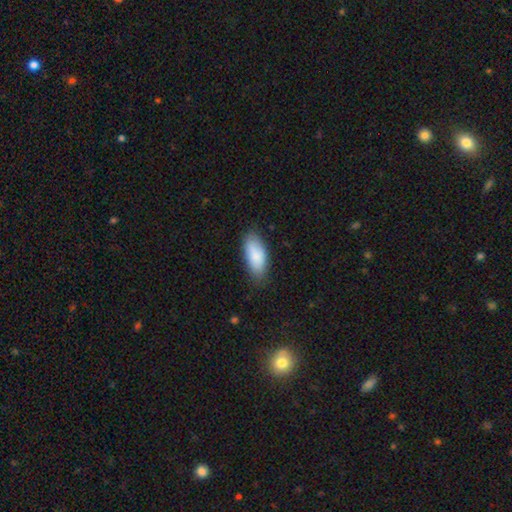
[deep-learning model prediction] A smooth galaxy with no disk features (87%) that is in between round and cigar-shaped (87%). Merging: none (80%).